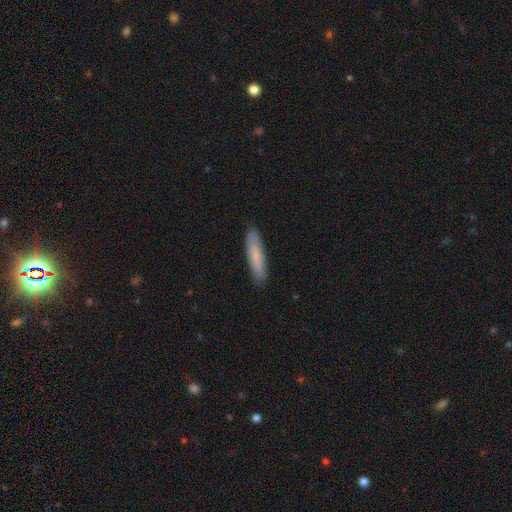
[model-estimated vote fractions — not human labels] Smooth or featured?
  - smooth: 78% *
  - featured or disk: 17%
  - star or artifact: 6%
How rounded?
  - cigar-shaped: 84% *
  - in between: 14%
  - round: 1%
Merging?
  - none: 88% *
  - minor disturbance: 9%
  - major disturbance: 2%
  - merger: 1%